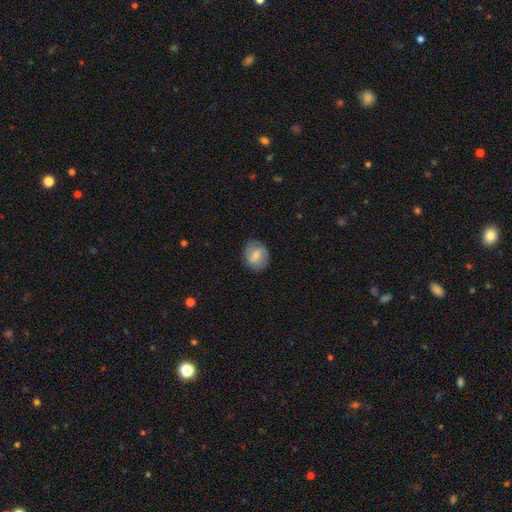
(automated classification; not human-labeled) Smooth or featured: smooth — 56% (featured or disk — 36%)
How rounded: round — 64% (in between — 35%)
Merging: none — 79% (minor disturbance — 16%)